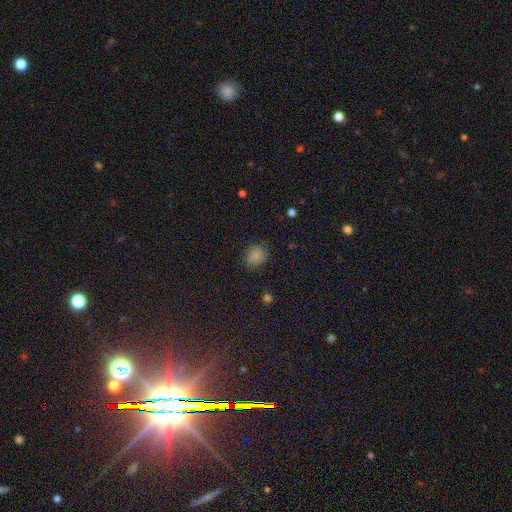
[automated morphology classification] smooth_or_featured: smooth (p=0.78) [alt: star or artifact p=0.13]
how_rounded: round (p=0.69) [alt: in between p=0.30]
merging: none (p=0.78) [alt: minor disturbance p=0.17]